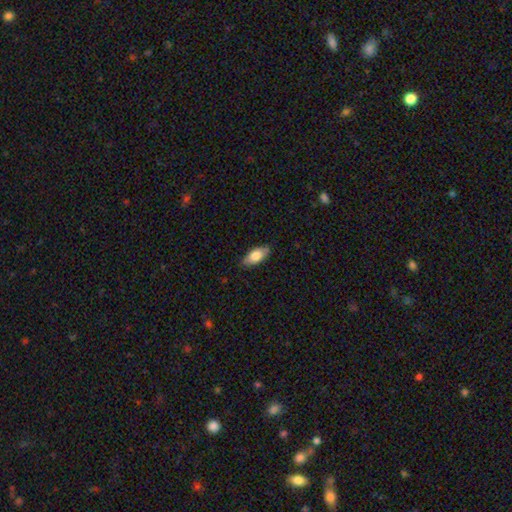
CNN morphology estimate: This is likely a smooth galaxy (78%). How rounded: clearly in between (85%). Merging: clearly none (85%).